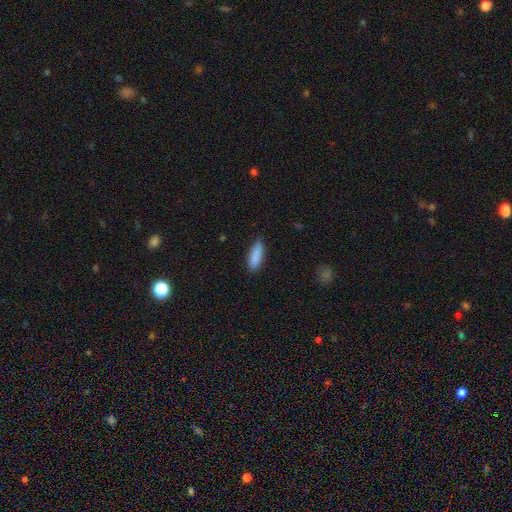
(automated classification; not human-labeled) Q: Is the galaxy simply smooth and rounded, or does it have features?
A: smooth — 89%.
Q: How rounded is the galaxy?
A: in between — 54%.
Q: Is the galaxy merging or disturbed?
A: none — 82%.